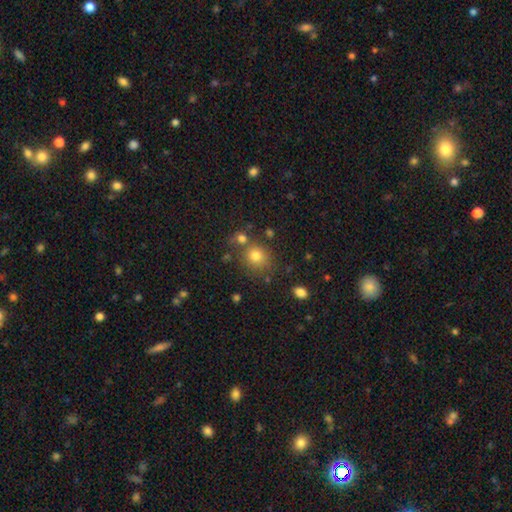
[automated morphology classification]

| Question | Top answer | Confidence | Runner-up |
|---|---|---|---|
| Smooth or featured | smooth | 77% | star or artifact (14%) |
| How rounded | round | 82% | in between (17%) |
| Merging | none | 69% | merger (16%) |